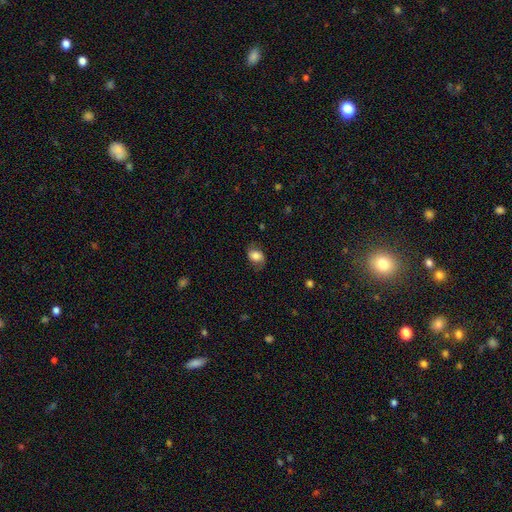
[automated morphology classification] A smooth galaxy with no disk features (66%) that is in between round and cigar-shaped (72%). Merging: none (69%).